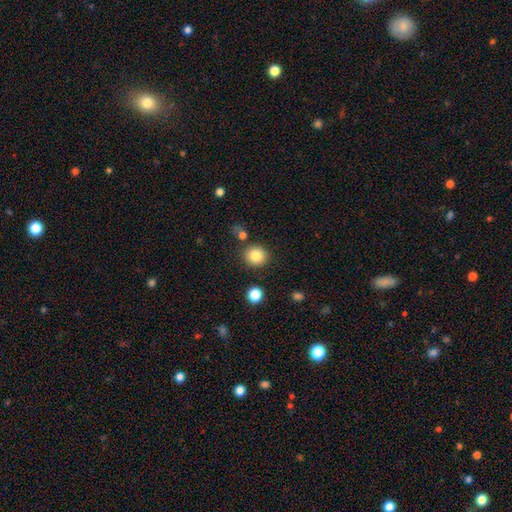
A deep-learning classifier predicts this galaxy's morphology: A smooth galaxy with no disk features (84%) that is round (86%).

Vote fractions:
- Smooth or featured? smooth: 84% / star or artifact: 10% / featured or disk: 6%
- How rounded? round: 86% / in between: 13% / cigar-shaped: 1%
- Merging? none: 84% / minor disturbance: 8% / merger: 5% / major disturbance: 3%